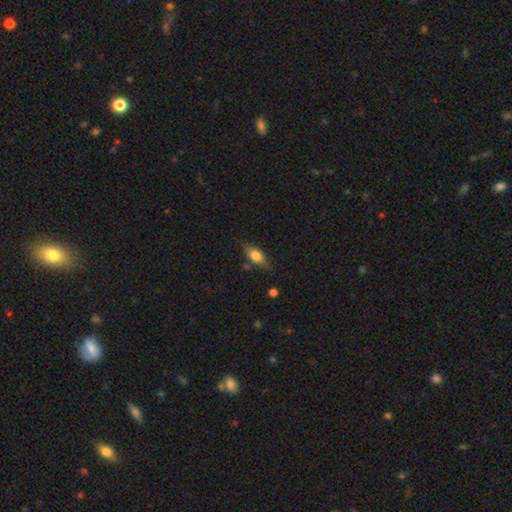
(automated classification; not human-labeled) smooth-or-featured: smooth: 70% | featured or disk: 23% | star or artifact: 7%
  how-rounded: in between: 76% | cigar-shaped: 19% | round: 5%
  merging: none: 71% | minor disturbance: 20% | major disturbance: 5% | merger: 3%